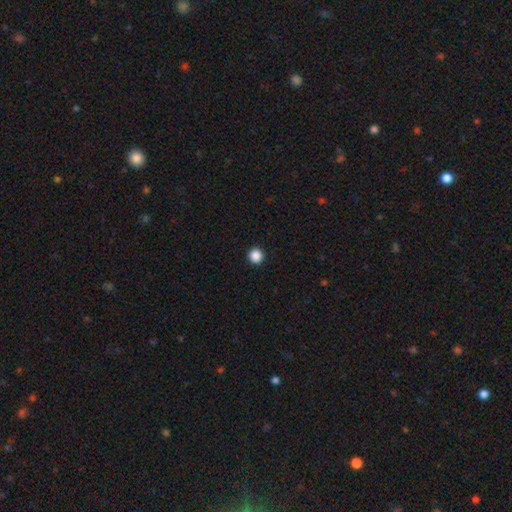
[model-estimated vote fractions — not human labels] This appears to be a smooth galaxy with no disk features (88%) that is round (96%). Merging: none (94%).